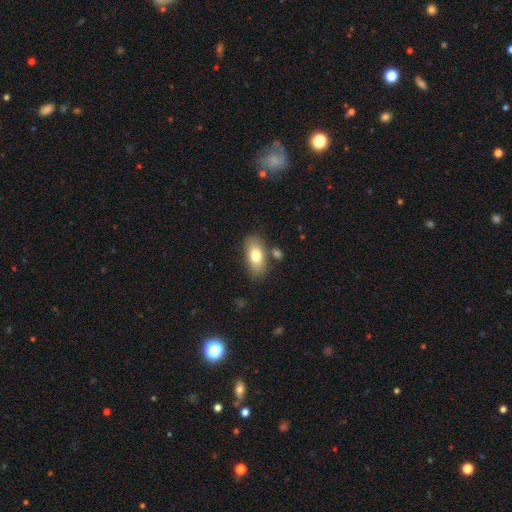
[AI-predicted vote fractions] A smooth galaxy with no disk features (76%) that is in between round and cigar-shaped (90%).

Vote fractions:
- Smooth or featured? smooth: 76% / featured or disk: 17% / star or artifact: 7%
- How rounded? in between: 90% / round: 5% / cigar-shaped: 5%
- Merging? none: 76% / minor disturbance: 13% / merger: 8% / major disturbance: 3%